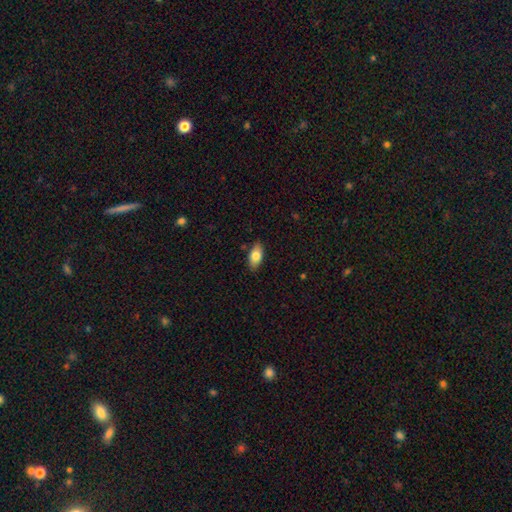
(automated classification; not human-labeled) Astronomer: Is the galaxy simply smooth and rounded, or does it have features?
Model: smooth — 80%.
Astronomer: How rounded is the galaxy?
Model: in between — 90%.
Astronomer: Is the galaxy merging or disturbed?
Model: none — 85%.